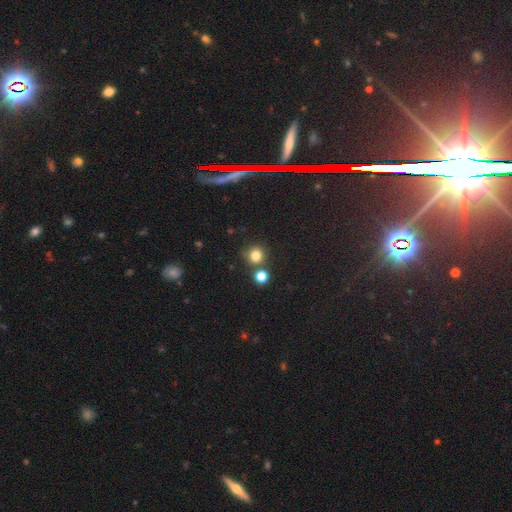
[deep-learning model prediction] smooth 79%, star or artifact 15%, featured or disk 6%. Down the decision tree: how rounded — round (91%); merging — none (73%).